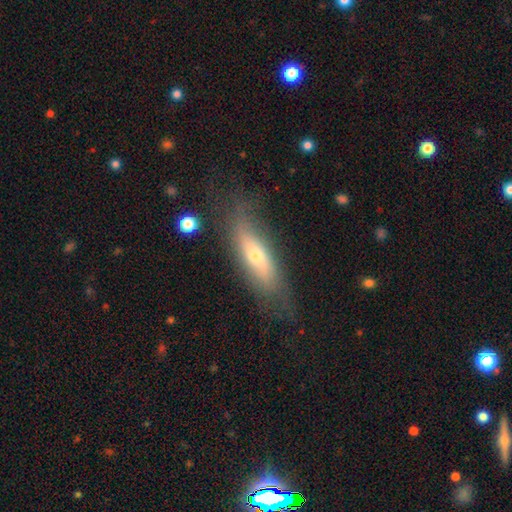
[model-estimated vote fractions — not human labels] A featured or disk galaxy (46%). Merging: none (69%).